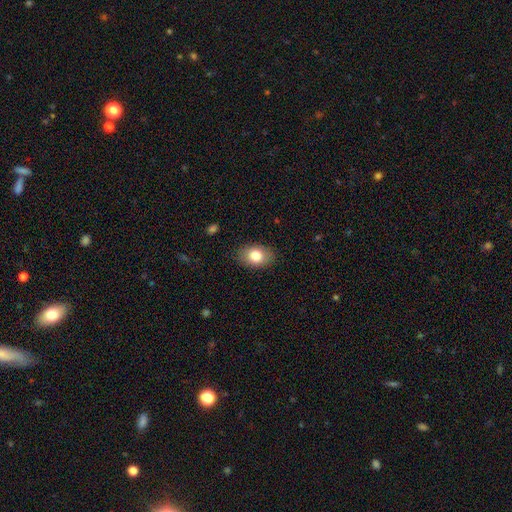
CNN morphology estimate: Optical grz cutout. It shows a smooth galaxy with no disk features (81%) that is in between round and cigar-shaped (82%). Merging: none (86%).